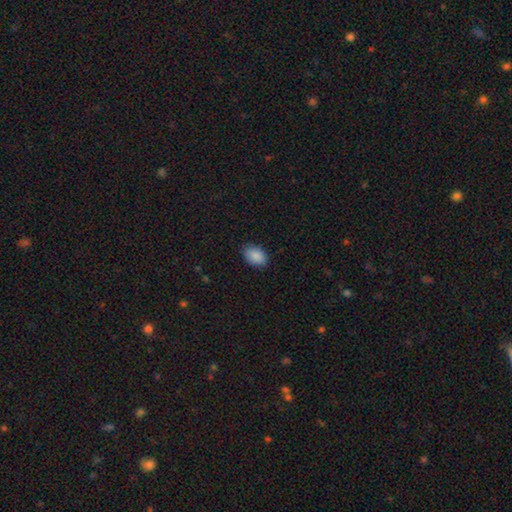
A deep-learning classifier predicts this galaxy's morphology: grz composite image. It shows a smooth galaxy with no disk features (89%) that is in between round and cigar-shaped (87%). Merging: none (84%).